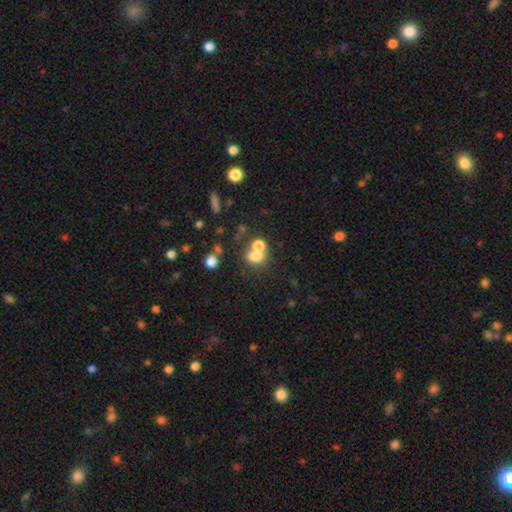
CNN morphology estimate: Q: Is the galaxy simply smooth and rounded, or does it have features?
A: smooth — 72%.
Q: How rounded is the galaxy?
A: in between — 50%.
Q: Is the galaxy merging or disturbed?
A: merger — 48%.